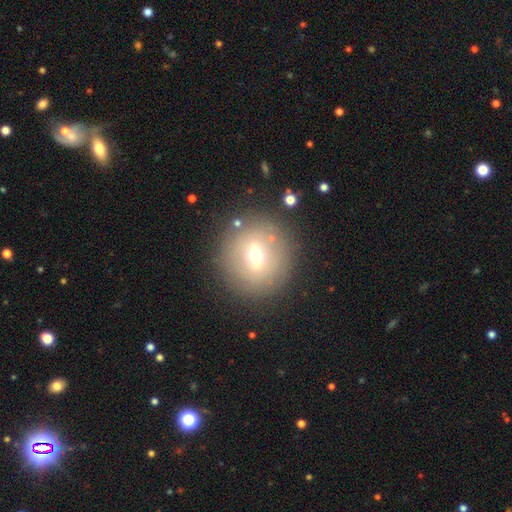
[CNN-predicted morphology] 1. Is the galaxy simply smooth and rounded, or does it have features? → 48% smooth, 38% featured or disk, 13% star or artifact.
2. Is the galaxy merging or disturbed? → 82% none, 10% minor disturbance, 5% major disturbance, 3% merger.